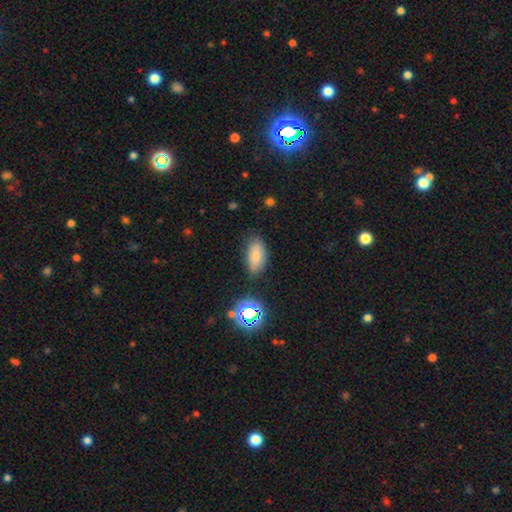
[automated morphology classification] The model was most divided on "smooth or featured": smooth: 74%, featured or disk: 14%, star or artifact: 13%. More confident: how rounded — in between (90%); merging — none (78%).